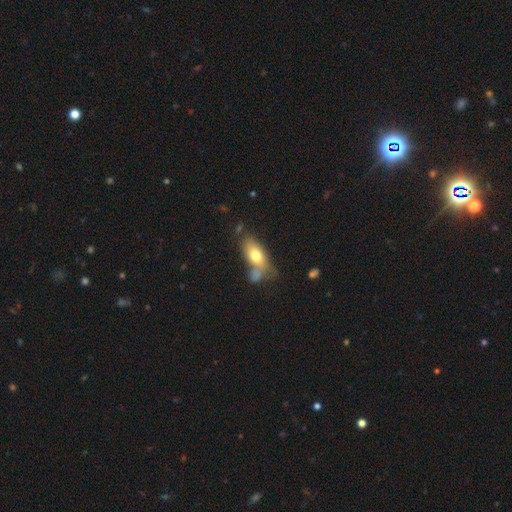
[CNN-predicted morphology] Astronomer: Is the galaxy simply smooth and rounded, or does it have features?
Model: smooth — 70%.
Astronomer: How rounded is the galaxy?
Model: in between — 83%.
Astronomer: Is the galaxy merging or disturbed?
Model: none — 47% (runner-up: merger, 26%).